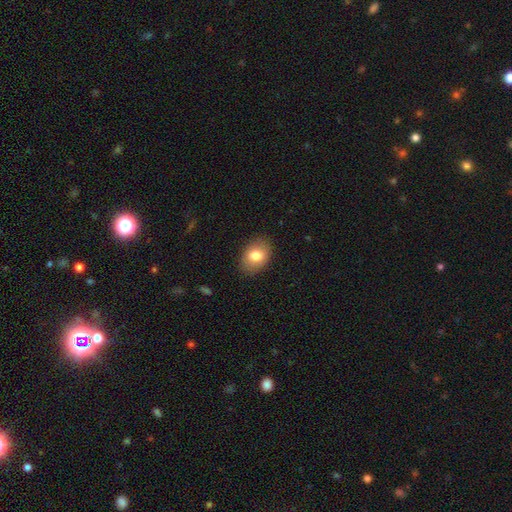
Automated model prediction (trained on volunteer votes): The model was most divided on "how rounded": in between: 78%, round: 21%, cigar-shaped: 1%. More confident: merging — none (85%); smooth or featured — smooth (81%).